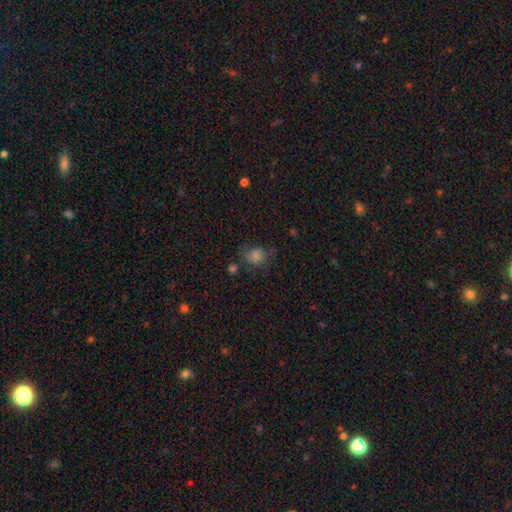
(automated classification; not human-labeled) A smooth galaxy with no disk features (63%) that is round (56%). Merging: none (56%).